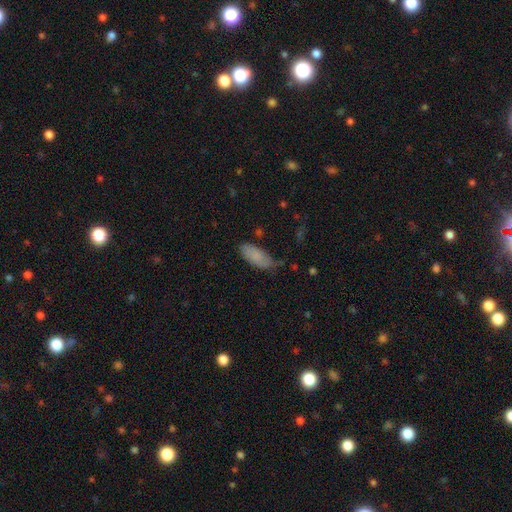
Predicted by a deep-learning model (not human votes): This is clearly a smooth galaxy (83%). How rounded: clearly in between (85%). Merging: possibly none (58%).